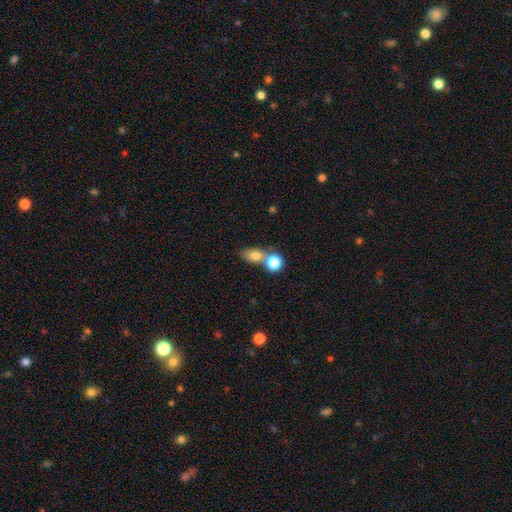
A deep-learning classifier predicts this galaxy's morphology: smooth_or_featured: smooth (p=0.76) [alt: featured or disk p=0.13]
how_rounded: in between (p=0.66) [alt: round p=0.30]
merging: merger (p=0.45) [alt: none p=0.40]